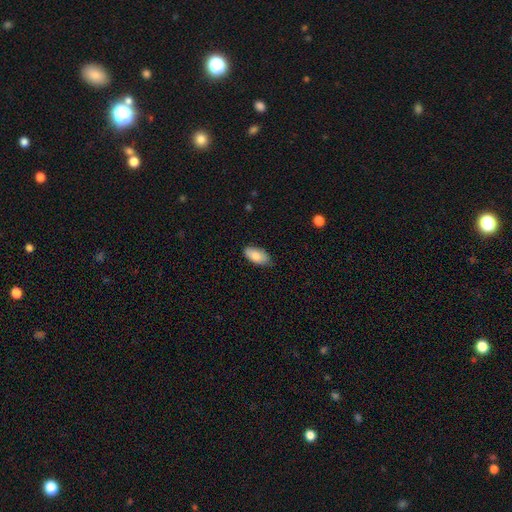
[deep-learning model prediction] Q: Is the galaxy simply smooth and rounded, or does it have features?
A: smooth — 83%.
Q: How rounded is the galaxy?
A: in between — 93%.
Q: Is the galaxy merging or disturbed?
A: none — 79%.